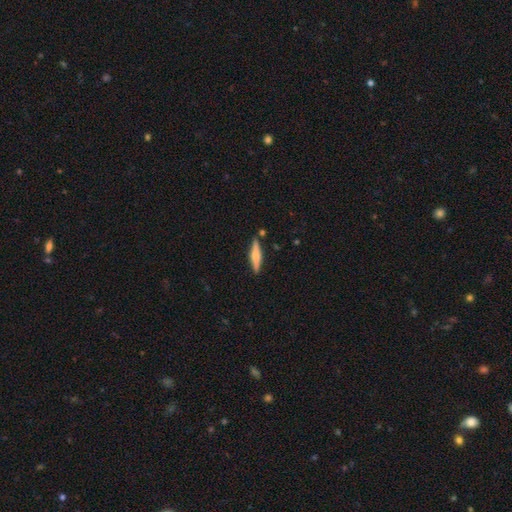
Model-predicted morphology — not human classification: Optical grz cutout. It shows a featured or disk galaxy (56%) viewed edge-on (97%) with a rounded central bulge (82%). Merging: none (85%).